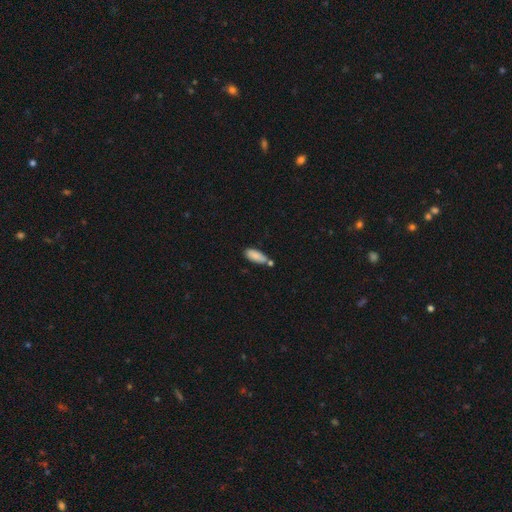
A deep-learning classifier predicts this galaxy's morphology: This appears to be a smooth galaxy with no disk features (85%) that is in between round and cigar-shaped (77%). Merging: none (56%).